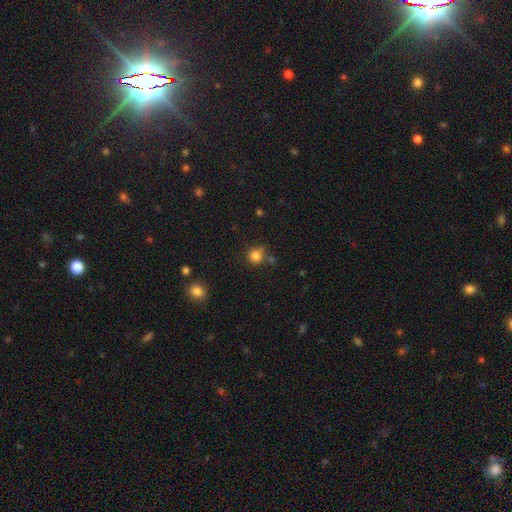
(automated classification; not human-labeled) Overall: smooth (81%). How rounded: round (88%). Merging: none (63%).